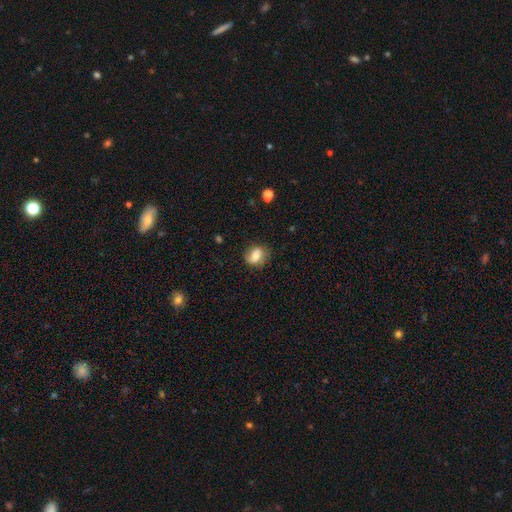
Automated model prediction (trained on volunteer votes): A smooth galaxy with no disk features (73%) that is in between round and cigar-shaped (56%). Merging: none (70%).